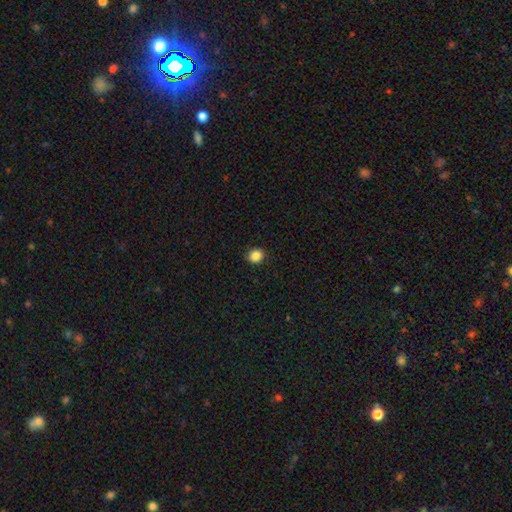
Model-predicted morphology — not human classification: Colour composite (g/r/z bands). It shows a smooth galaxy with no disk features (86%) that is round (81%). Merging: none (90%).